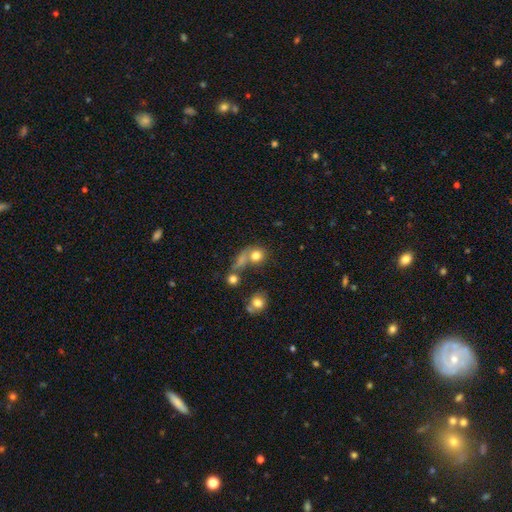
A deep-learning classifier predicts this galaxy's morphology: This appears to be a smooth galaxy with no disk features (76%) that is round (79%). Merging: none (45%).